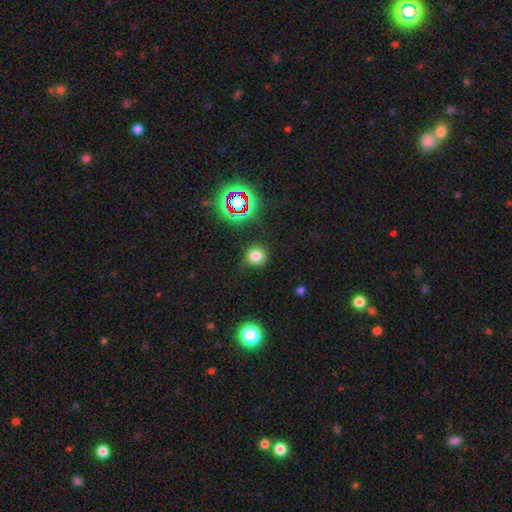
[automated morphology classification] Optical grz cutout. It shows a smooth galaxy with no disk features (75%) that is round (90%). Merging: none (80%).